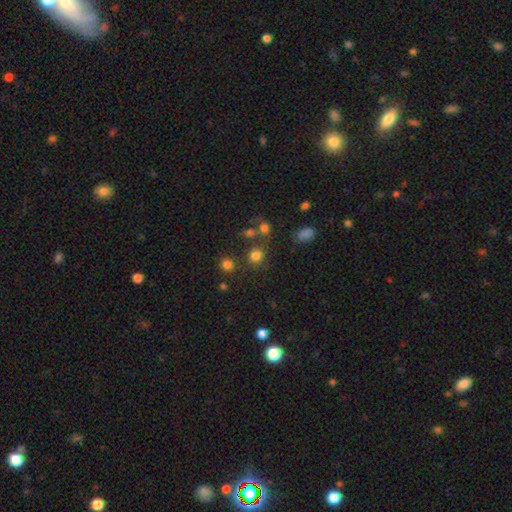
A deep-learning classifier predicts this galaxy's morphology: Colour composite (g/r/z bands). It shows a smooth galaxy with no disk features (77%) that is round (81%). Merging: none (69%).